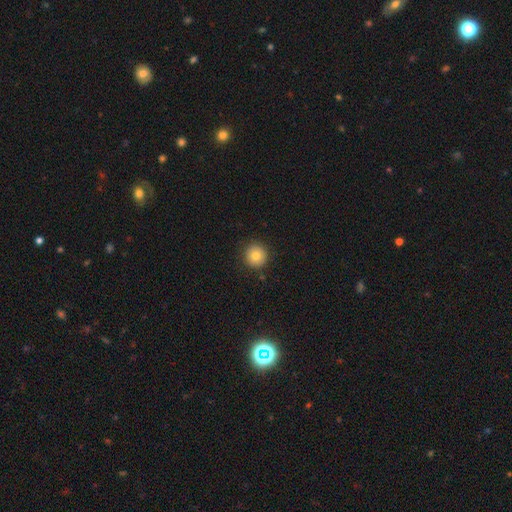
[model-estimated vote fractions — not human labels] smooth 81%, star or artifact 10%, featured or disk 9%. Down the decision tree: how rounded — round (95%); merging — none (90%).